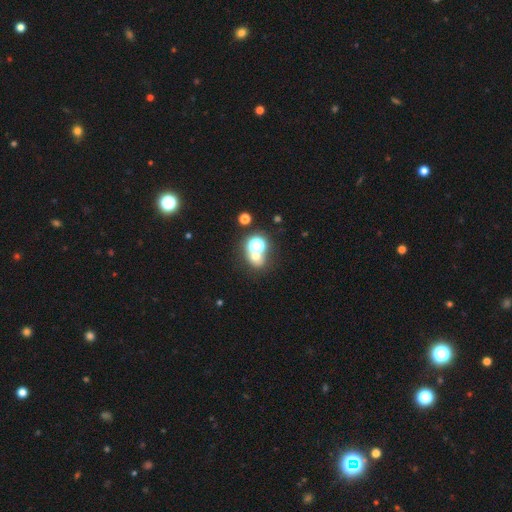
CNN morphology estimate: Smooth or featured? Predicted: smooth (p=0.50). How rounded? Predicted: round (p=0.69). Merging? Predicted: none (p=0.52).